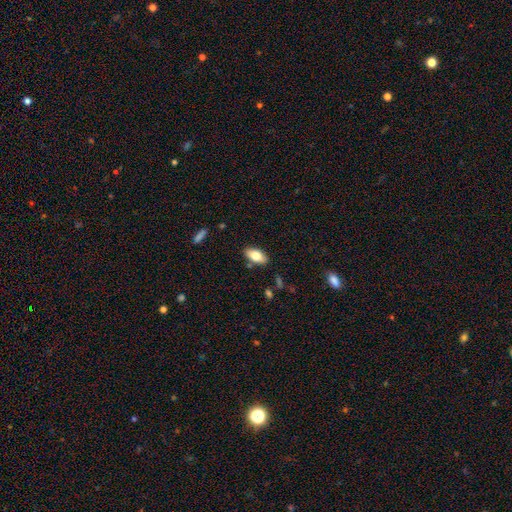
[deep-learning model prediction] The model was most divided on "smooth or featured": smooth: 74%, featured or disk: 19%, star or artifact: 7%. More confident: how rounded — in between (90%); merging — none (85%).